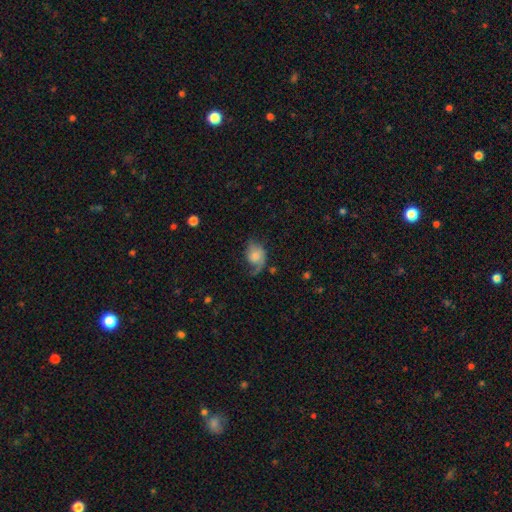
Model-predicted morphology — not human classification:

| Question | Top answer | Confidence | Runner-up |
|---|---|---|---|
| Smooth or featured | featured or disk | 46% | smooth (45%) |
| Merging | none | 36% | major disturbance (32%) |